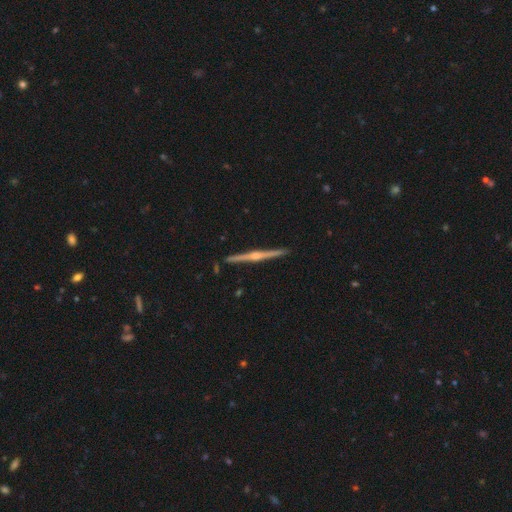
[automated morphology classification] smooth_or_featured: featured or disk (p=0.86) [alt: smooth p=0.09]
disk_edge_on: yes (p=0.99) [alt: no p=0.01]
edge_on_bulge: rounded (p=0.86) [alt: none p=0.07]
merging: none (p=0.93) [alt: minor disturbance p=0.05]